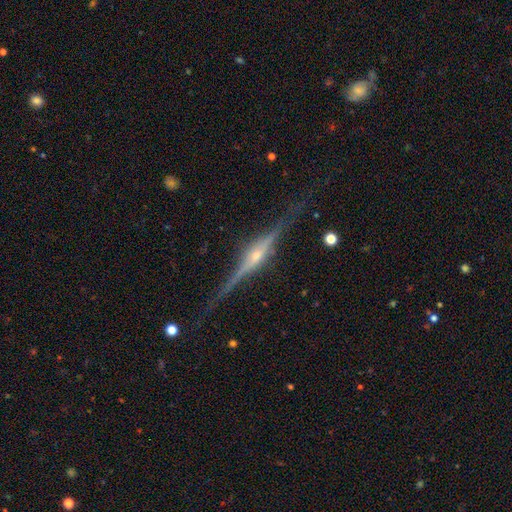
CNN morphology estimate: The model was most divided on "merging": none: 85%, minor disturbance: 10%, major disturbance: 3%, merger: 1%. More confident: edge-on disk — yes (98%); smooth or featured — featured or disk (88%); edge-on bulge — rounded (86%).